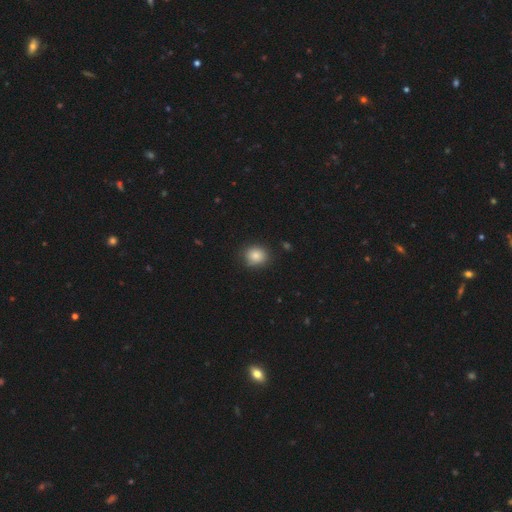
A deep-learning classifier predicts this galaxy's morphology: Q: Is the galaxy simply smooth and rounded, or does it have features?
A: smooth — 84%.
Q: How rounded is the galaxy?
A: round — 79%.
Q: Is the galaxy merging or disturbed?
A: none — 84%.